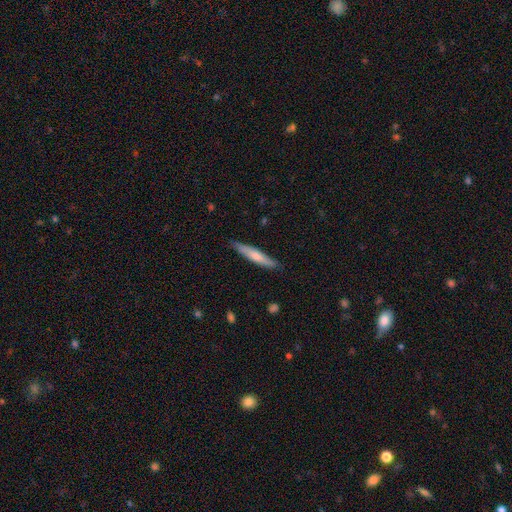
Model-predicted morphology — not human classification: A smooth galaxy with no disk features (60%) that is cigar-shaped (89%). Merging: none (84%).